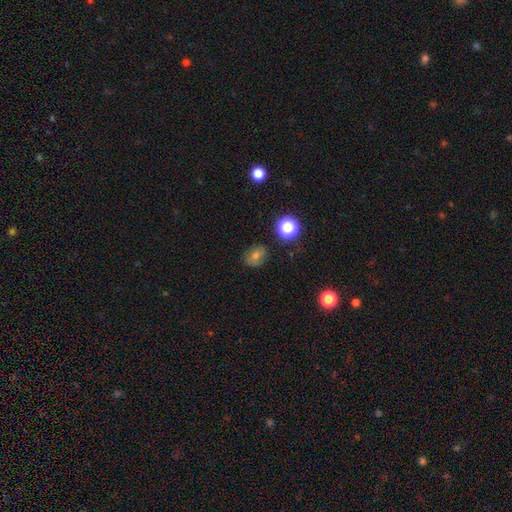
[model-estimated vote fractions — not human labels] This is likely a smooth galaxy (66%). How rounded: possibly round (55%). Merging: likely none (80%).